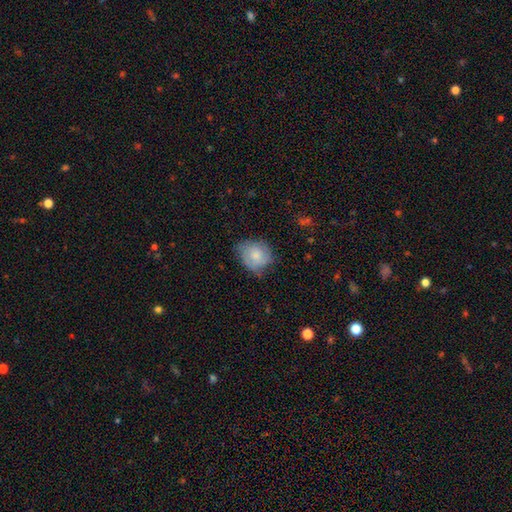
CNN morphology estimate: The model was most divided on "how rounded": round: 61%, in between: 38%, cigar-shaped: 1%. More confident: smooth or featured — smooth (62%); merging — none (57%).